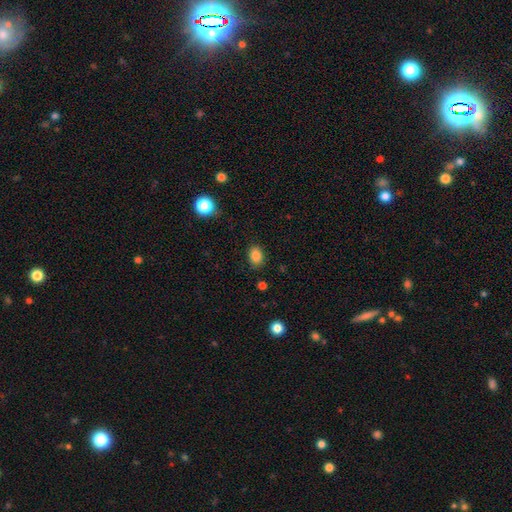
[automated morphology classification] This is clearly a smooth galaxy (86%). How rounded: likely in between (73%). Merging: clearly none (84%).